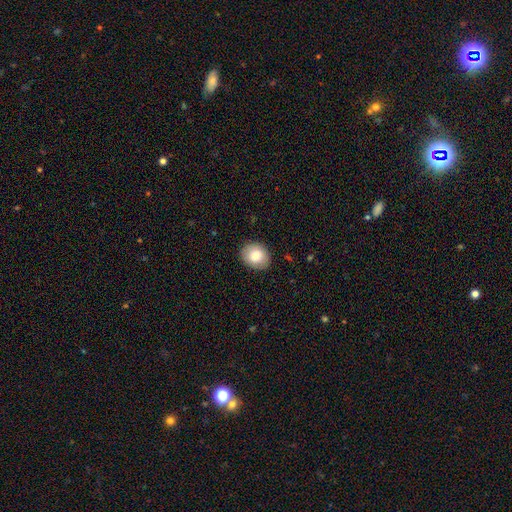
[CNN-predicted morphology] A smooth galaxy with no disk features (83%) that is round (50%). Merging: none (88%).